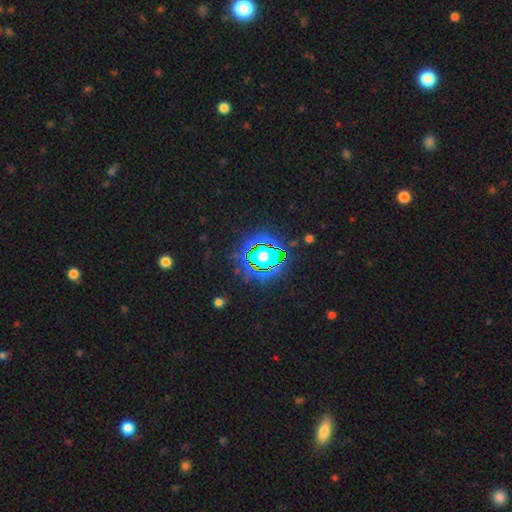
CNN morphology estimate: This is clearly a star or artifact rather than a galaxy (81%).